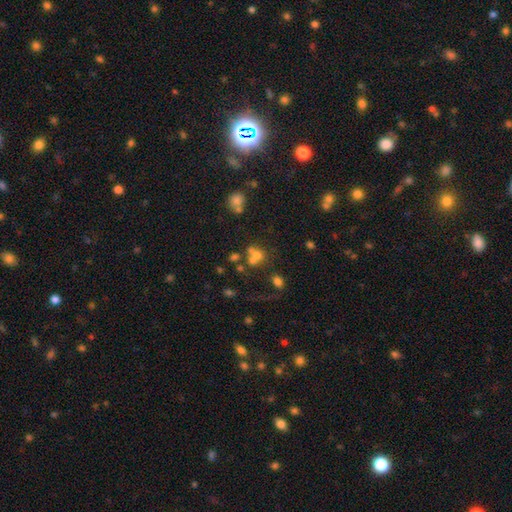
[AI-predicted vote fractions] Morphology: type=smooth (60%); roundness=round (68%); merging=merger (45%).